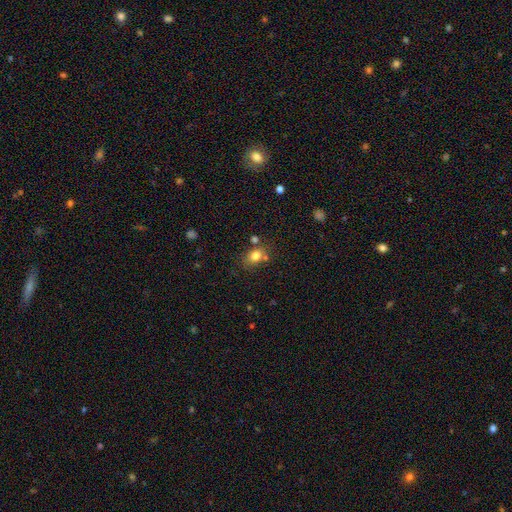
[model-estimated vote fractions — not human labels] This is likely a smooth galaxy (80%). How rounded: likely in between (60%). Merging: likely none (63%).